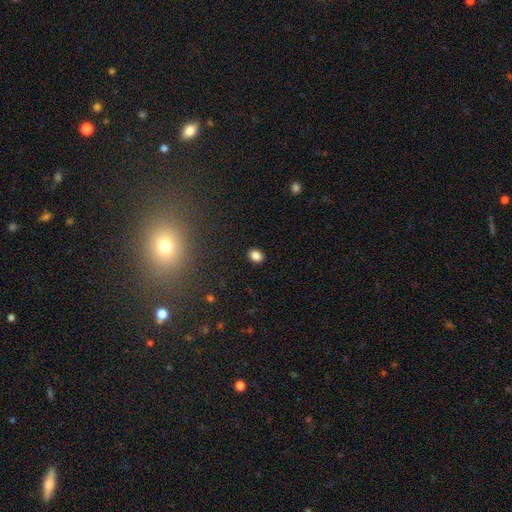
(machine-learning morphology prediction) The model was most divided on "how rounded": in between: 65%, round: 34%, cigar-shaped: 1%. More confident: merging — none (89%); smooth or featured — smooth (84%).